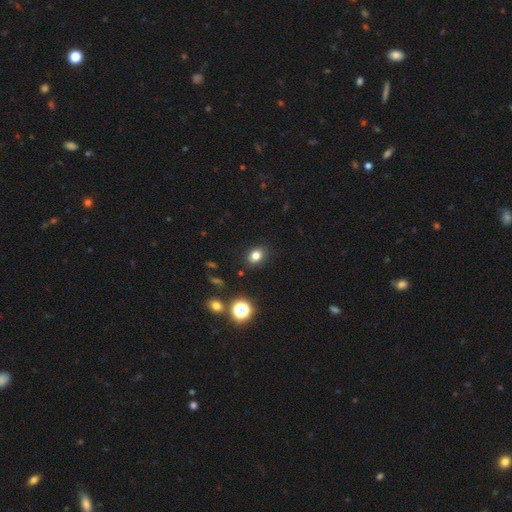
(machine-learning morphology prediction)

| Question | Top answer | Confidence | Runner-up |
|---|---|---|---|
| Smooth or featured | smooth | 80% | star or artifact (14%) |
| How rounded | in between | 53% | round (46%) |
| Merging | none | 88% | minor disturbance (8%) |